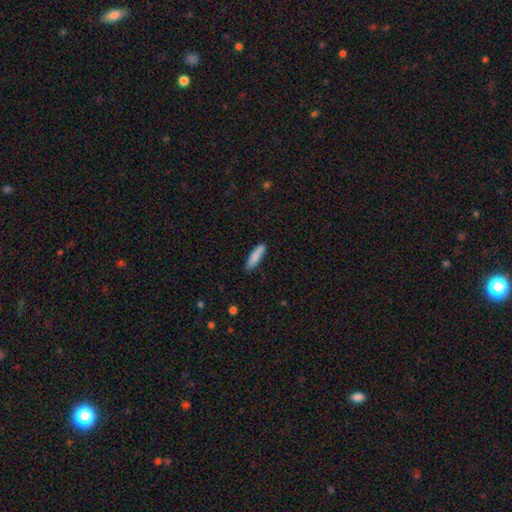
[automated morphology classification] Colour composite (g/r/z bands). It shows a smooth galaxy with no disk features (85%) that is cigar-shaped (74%). Merging: none (84%).